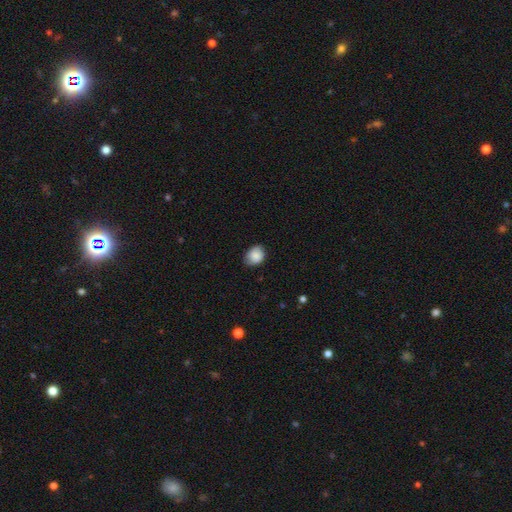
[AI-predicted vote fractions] smooth-or-featured: smooth: 87% | star or artifact: 7% | featured or disk: 6%
  how-rounded: round: 51% | in between: 48% | cigar-shaped: 1%
  merging: none: 70% | minor disturbance: 25% | major disturbance: 4% | merger: 1%